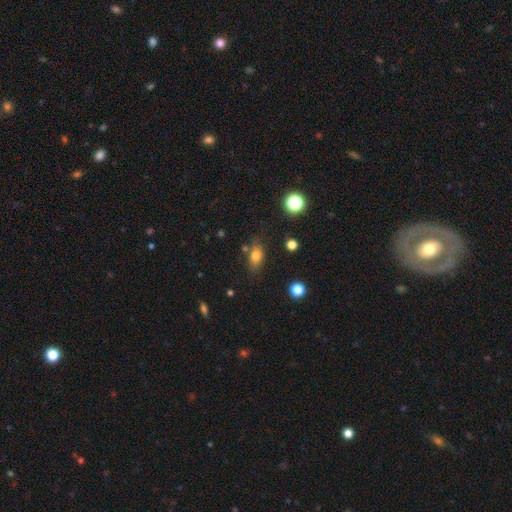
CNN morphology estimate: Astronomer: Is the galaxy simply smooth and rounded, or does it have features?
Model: smooth — 76%.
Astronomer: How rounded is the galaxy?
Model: in between — 75%.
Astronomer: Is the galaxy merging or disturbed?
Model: none — 72%.